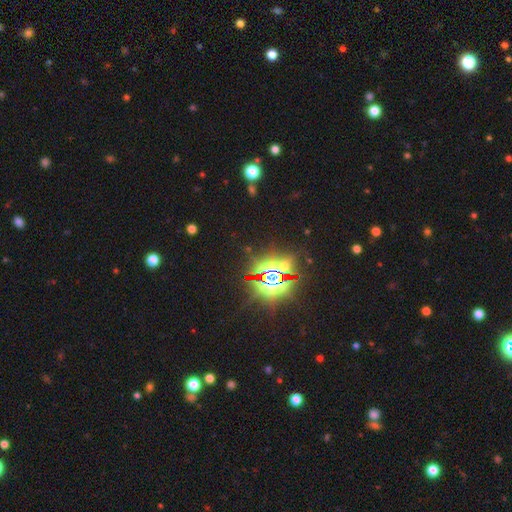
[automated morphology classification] Overall: star or artifact (86%).